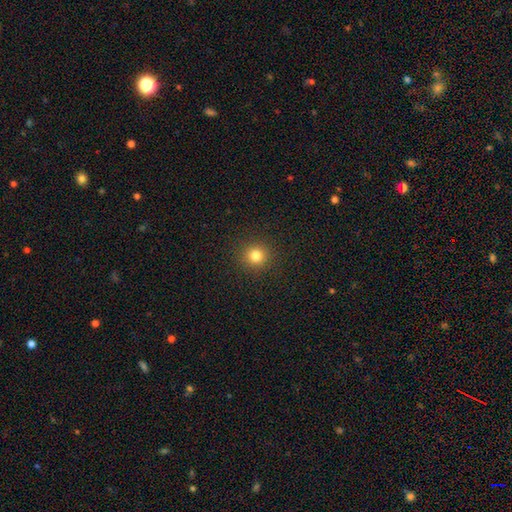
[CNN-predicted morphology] This is clearly a smooth galaxy (80%). How rounded: clearly round (94%). Merging: clearly none (92%).